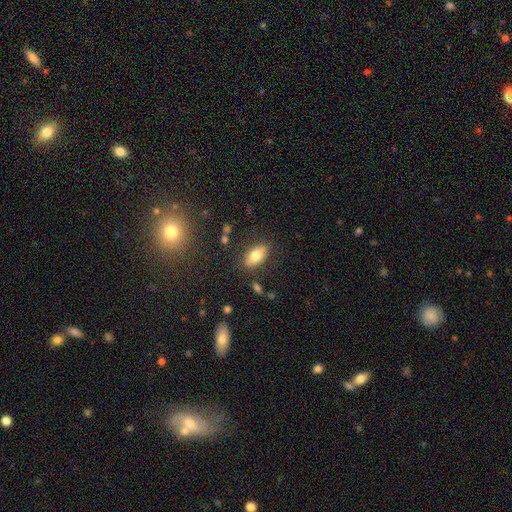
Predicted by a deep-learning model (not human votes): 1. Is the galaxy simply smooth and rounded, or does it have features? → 74% smooth, 18% featured or disk, 8% star or artifact.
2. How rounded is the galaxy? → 90% in between, 5% round, 4% cigar-shaped.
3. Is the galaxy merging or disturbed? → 82% none, 11% minor disturbance, 3% major disturbance, 3% merger.